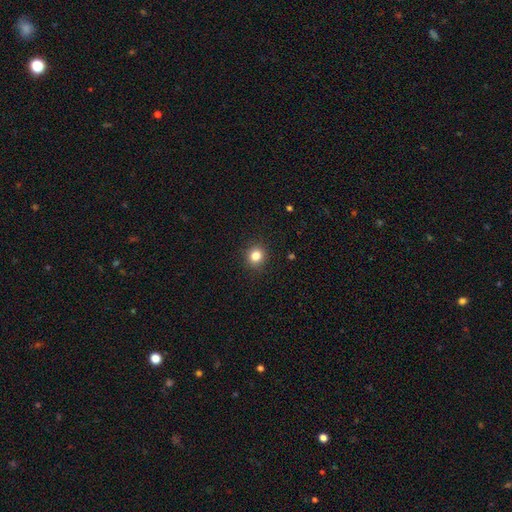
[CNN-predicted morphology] smooth_or_featured: smooth (p=0.83) [alt: star or artifact p=0.12]
how_rounded: round (p=0.86) [alt: in between p=0.13]
merging: none (p=0.91) [alt: minor disturbance p=0.06]